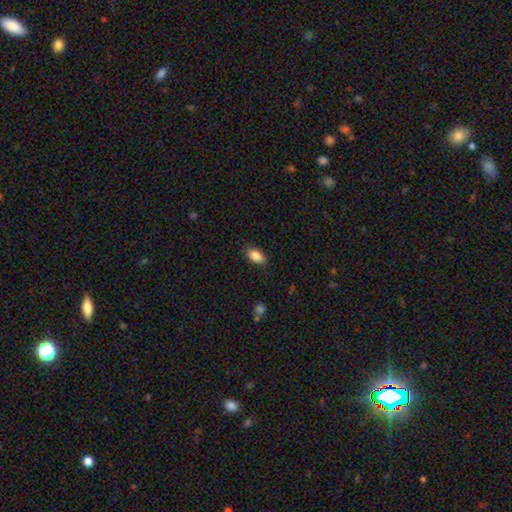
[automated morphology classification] smooth-or-featured: smooth: 86% | star or artifact: 8% | featured or disk: 6%
  how-rounded: in between: 91% | round: 6% | cigar-shaped: 3%
  merging: none: 86% | minor disturbance: 10% | major disturbance: 3% | merger: 1%